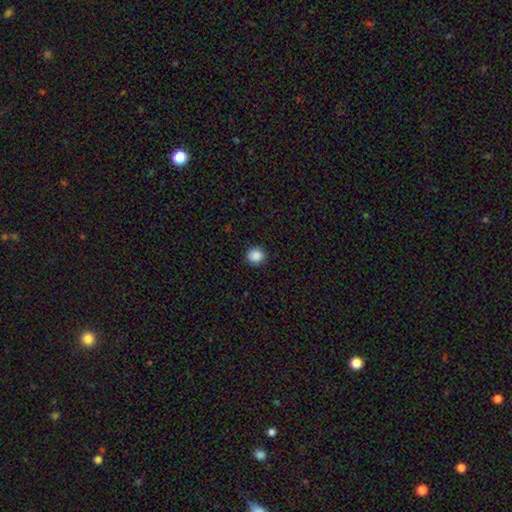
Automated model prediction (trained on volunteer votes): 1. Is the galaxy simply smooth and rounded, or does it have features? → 88% smooth, 9% star or artifact, 2% featured or disk.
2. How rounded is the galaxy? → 91% round, 8% in between, 1% cigar-shaped.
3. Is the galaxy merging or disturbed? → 92% none, 6% minor disturbance, 2% major disturbance, 1% merger.